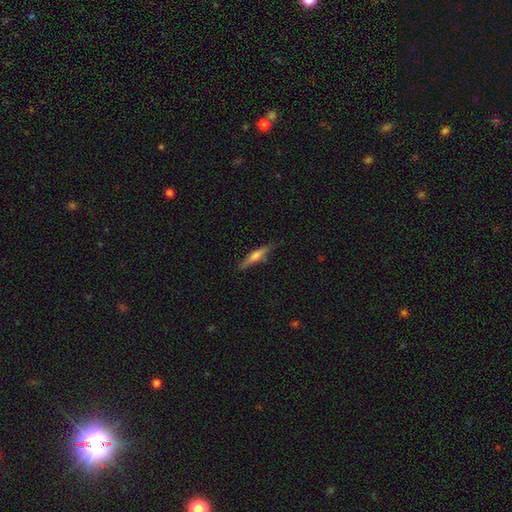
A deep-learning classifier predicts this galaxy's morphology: type=smooth (50%); roundness=cigar-shaped (87%); merging=none (81%).